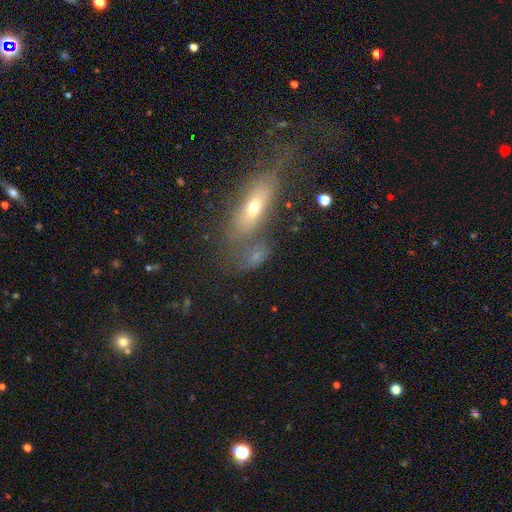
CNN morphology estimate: The model was most divided on "merging": none: 46%, merger: 25%, minor disturbance: 16%, major disturbance: 13%. More confident: how rounded — in between (65%); smooth or featured — smooth (56%).